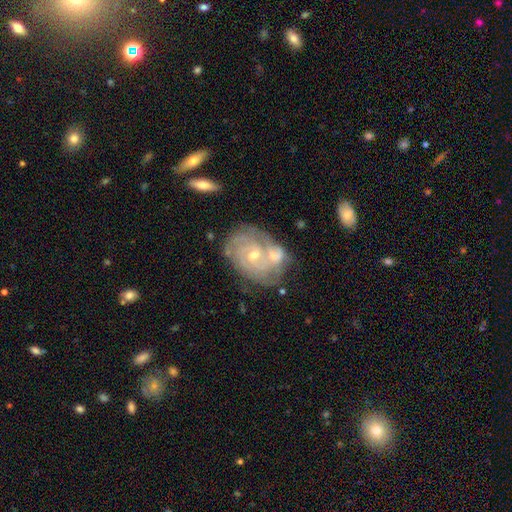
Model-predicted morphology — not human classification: This is clearly a featured or disk galaxy (83%). It is clearly not viewed edge-on (96%). Bar: likely no (72%). Spiral arm pattern: clearly yes (93%). Spiral arm count: marginally can't tell (34%). Spiral winding: likely tight (72%). Central bulge: possibly small (50%). Merging: possibly none (47%).